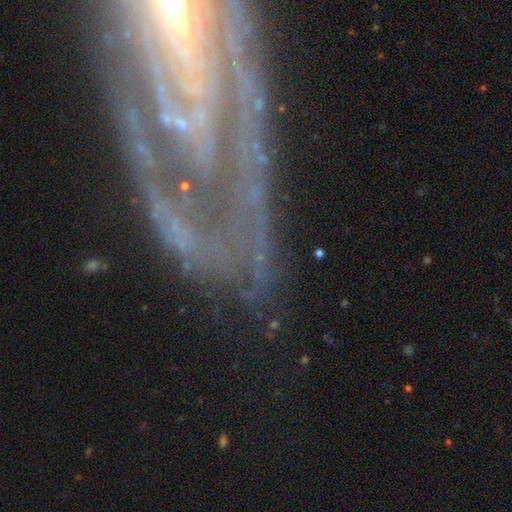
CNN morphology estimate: A featured or disk galaxy (77%) with no bar (47%), 2 (31%) tight (64%) spiral arms (84%) and a small central bulge (48%). Merging: none (67%).